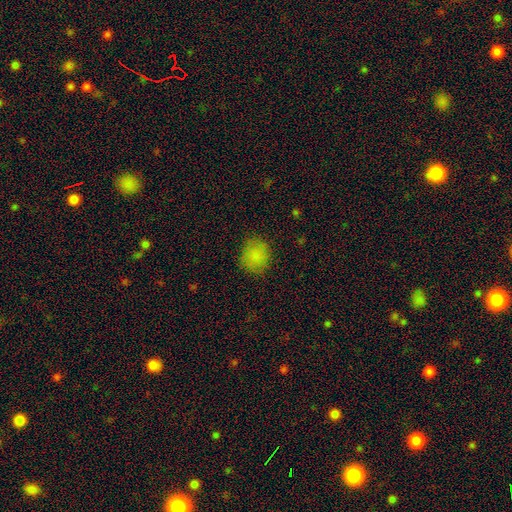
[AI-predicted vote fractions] Morphology: type=smooth (83%); roundness=round (81%); merging=none (82%).